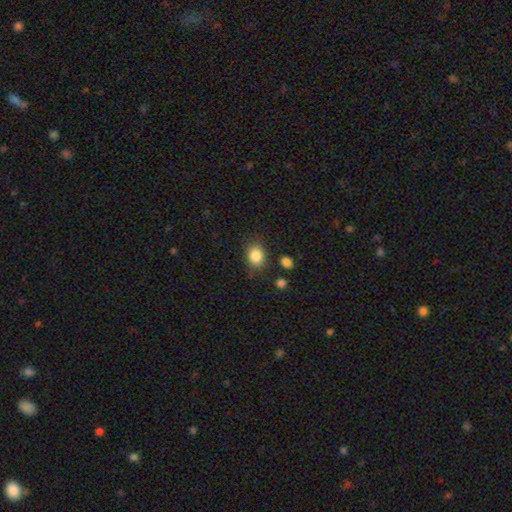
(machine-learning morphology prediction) Q: Smooth or featured?
A: smooth (85%); runner-up: star or artifact (9%)
Q: How rounded?
A: in between (58%); runner-up: round (41%)
Q: Merging?
A: none (78%); runner-up: minor disturbance (14%)